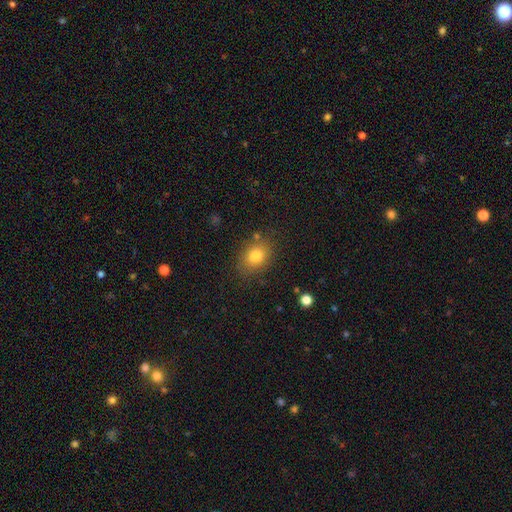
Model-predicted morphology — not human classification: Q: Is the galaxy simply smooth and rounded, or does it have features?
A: smooth — 80%.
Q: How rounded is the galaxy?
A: in between — 60%.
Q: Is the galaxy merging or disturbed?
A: none — 81%.